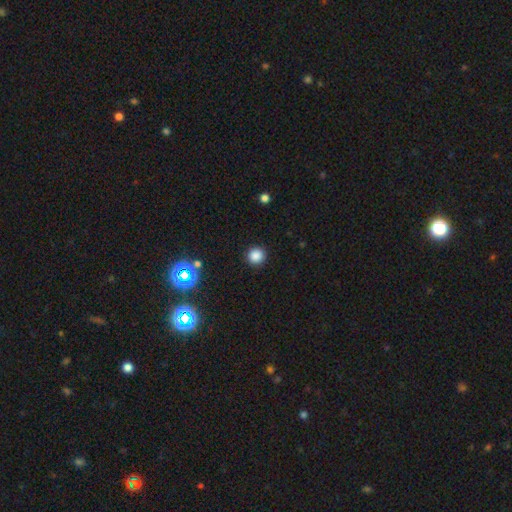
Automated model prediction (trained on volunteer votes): This appears to be a smooth galaxy with no disk features (83%) that is round (94%). Merging: none (91%).